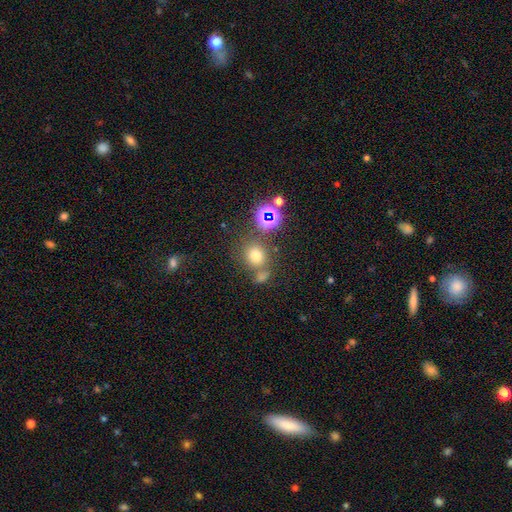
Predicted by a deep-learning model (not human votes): Smooth or featured?
  - smooth: 68% *
  - star or artifact: 23%
  - featured or disk: 9%
How rounded?
  - round: 82% *
  - in between: 17%
  - cigar-shaped: 1%
Merging?
  - none: 65% *
  - merger: 19%
  - minor disturbance: 11%
  - major disturbance: 5%